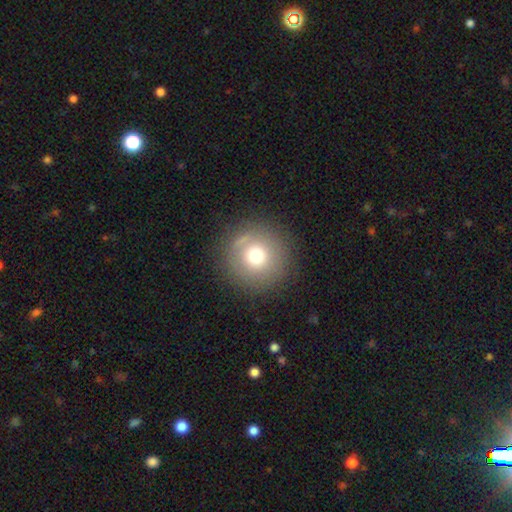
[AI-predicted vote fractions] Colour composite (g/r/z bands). It shows a smooth galaxy with no disk features (68%) that is round (96%). Merging: none (85%).